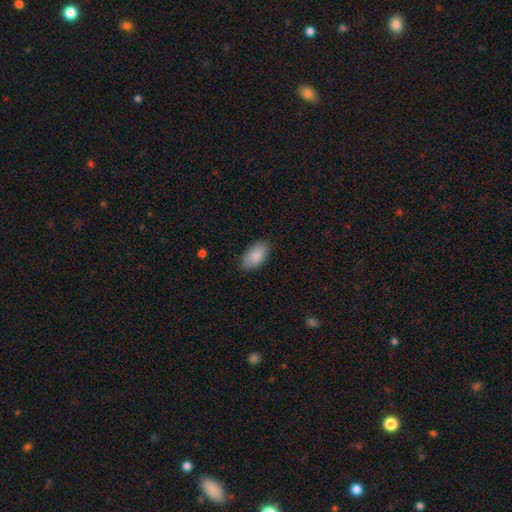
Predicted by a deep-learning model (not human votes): Smooth or featured: smooth — 86% (featured or disk — 7%)
How rounded: in between — 95% (round — 3%)
Merging: none — 84% (minor disturbance — 12%)